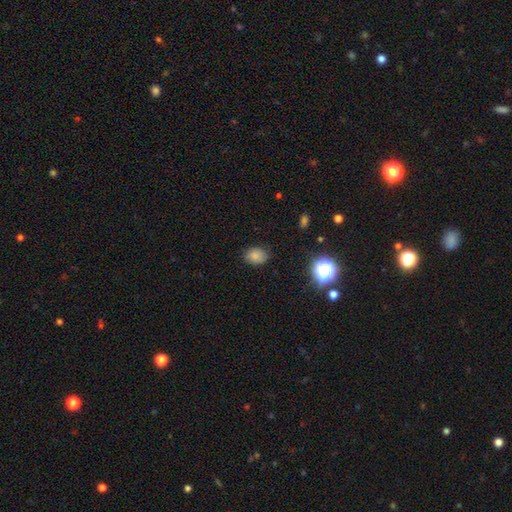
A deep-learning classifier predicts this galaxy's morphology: A smooth galaxy with no disk features (80%) that is in between round and cigar-shaped (62%).

Vote fractions:
- Smooth or featured? smooth: 80% / star or artifact: 13% / featured or disk: 6%
- How rounded? in between: 62% / round: 37% / cigar-shaped: 1%
- Merging? none: 81% / minor disturbance: 15% / major disturbance: 3% / merger: 1%